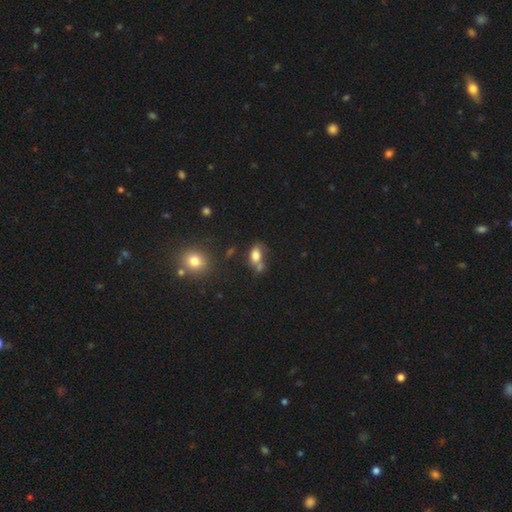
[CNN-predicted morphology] type=smooth (78%); roundness=in between (82%); merging=none (41%).